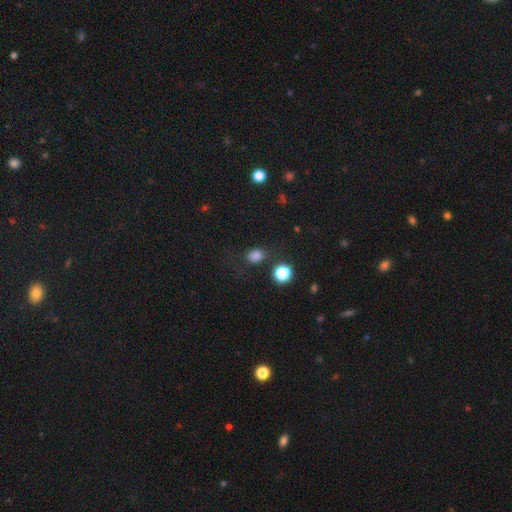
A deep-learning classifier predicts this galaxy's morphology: Smooth or featured: smooth — 79% (star or artifact — 16%)
How rounded: in between — 53% (round — 46%)
Merging: none — 71% (minor disturbance — 16%)